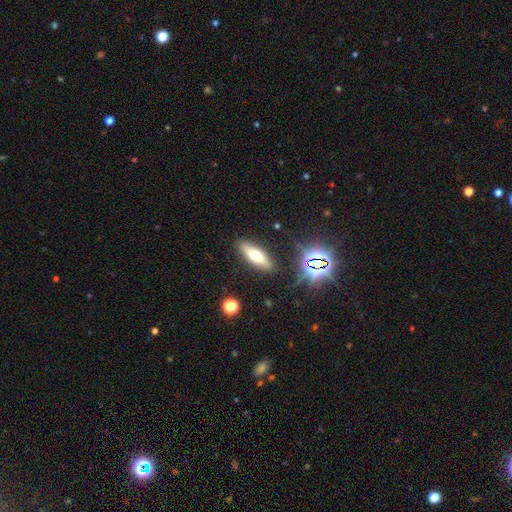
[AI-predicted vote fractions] Overall: smooth (58%; featured or disk 31%). How rounded: in between (50%; cigar-shaped 47%). Merging: none (86%).